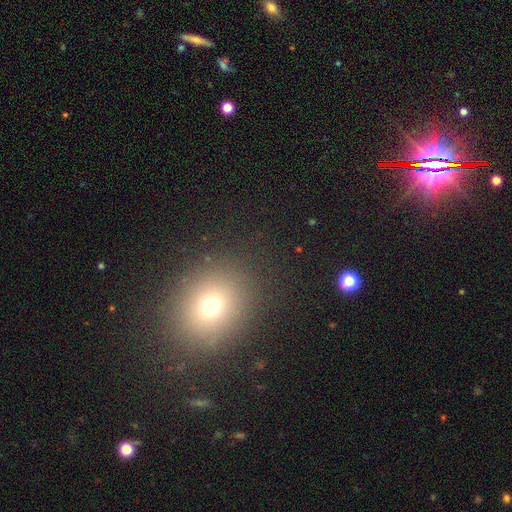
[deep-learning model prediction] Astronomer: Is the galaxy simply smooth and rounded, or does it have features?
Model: smooth — 61%.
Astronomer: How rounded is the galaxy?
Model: round — 61% (runner-up: in between, 37%).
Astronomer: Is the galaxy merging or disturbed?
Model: none — 89%.